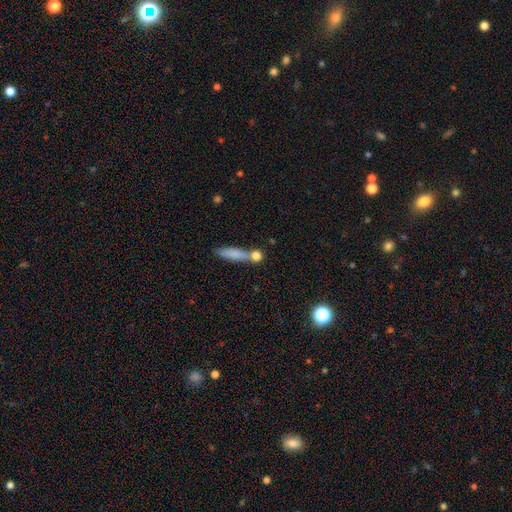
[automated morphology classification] Smooth or featured? Predicted: smooth (p=0.78). How rounded? Predicted: round (p=0.55). Merging? Predicted: none (p=0.55).